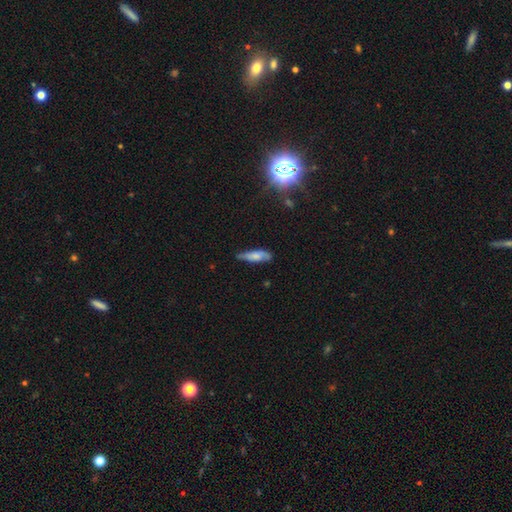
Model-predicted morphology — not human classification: Smooth or featured: smooth — 63% (featured or disk — 30%)
How rounded: cigar-shaped — 56% (in between — 41%)
Merging: none — 64% (minor disturbance — 28%)